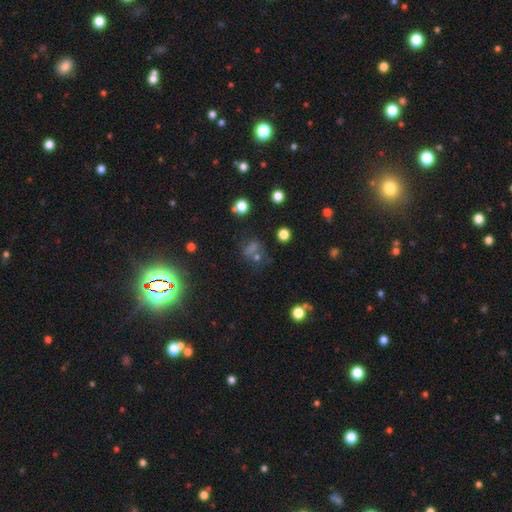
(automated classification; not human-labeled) This appears to be a star or artifact, not a galaxy (56%).